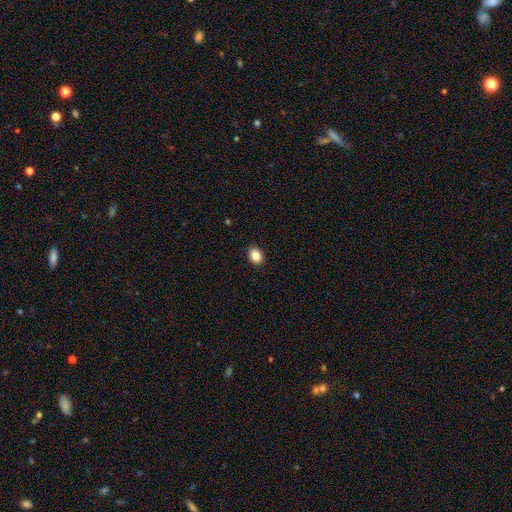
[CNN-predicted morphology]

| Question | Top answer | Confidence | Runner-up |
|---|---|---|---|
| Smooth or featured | smooth | 87% | star or artifact (9%) |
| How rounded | in between | 57% | round (42%) |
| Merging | none | 90% | minor disturbance (7%) |